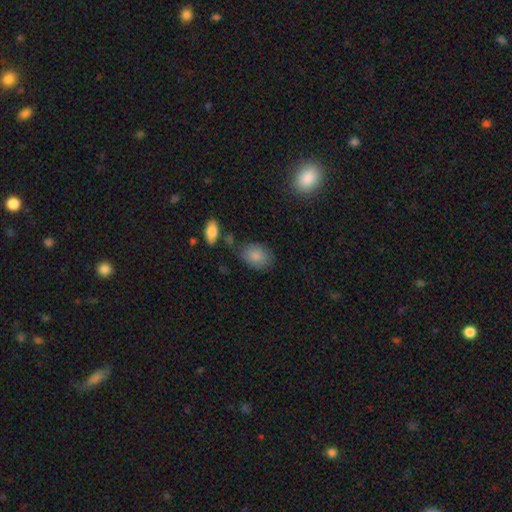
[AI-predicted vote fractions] The model was most divided on "merging": none: 72%, minor disturbance: 18%, merger: 5%, major disturbance: 5%. More confident: smooth or featured — smooth (85%); how rounded — in between (82%).